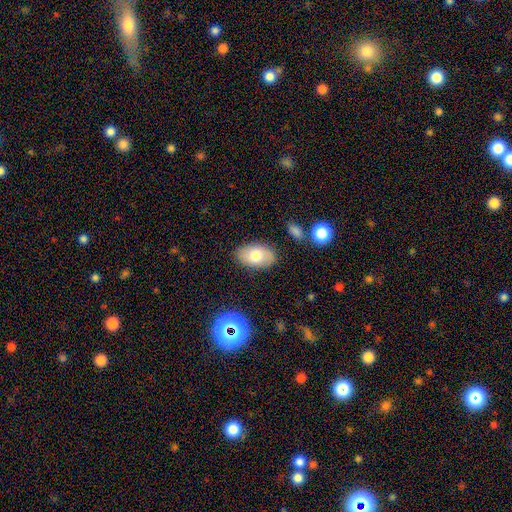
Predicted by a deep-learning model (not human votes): Smooth or featured?
  - smooth: 74% *
  - featured or disk: 19%
  - star or artifact: 8%
How rounded?
  - in between: 92% *
  - round: 7%
  - cigar-shaped: 1%
Merging?
  - none: 84% *
  - minor disturbance: 11%
  - major disturbance: 3%
  - merger: 2%